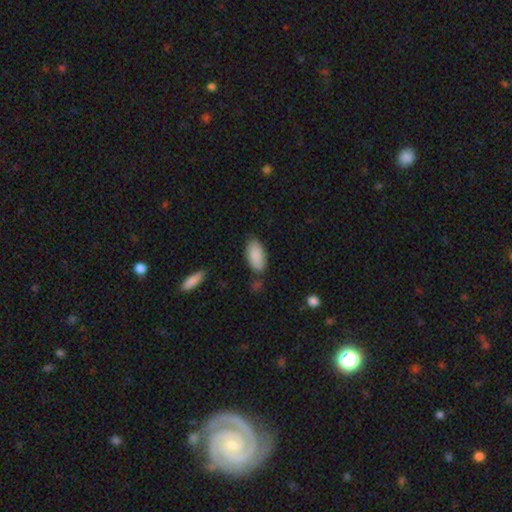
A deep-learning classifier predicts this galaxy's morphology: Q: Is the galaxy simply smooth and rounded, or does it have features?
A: smooth — 89%.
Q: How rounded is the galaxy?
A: in between — 92%.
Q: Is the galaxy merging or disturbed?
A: none — 76%.